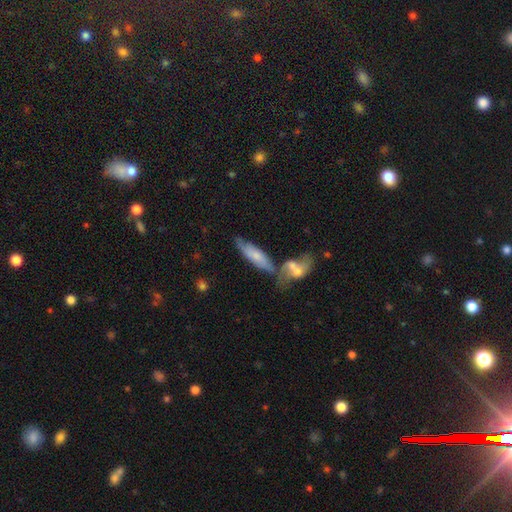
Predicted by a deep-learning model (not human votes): Smooth or featured: smooth — 56% (featured or disk — 38%)
How rounded: cigar-shaped — 52% (in between — 46%)
Merging: none — 43% (merger — 31%)